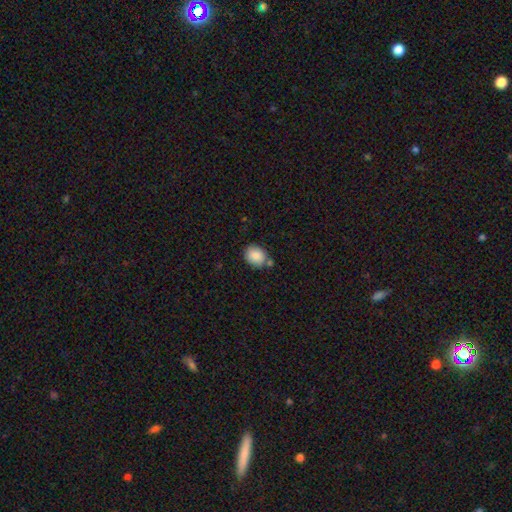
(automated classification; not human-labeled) Smooth or featured?
  - smooth: 87% *
  - star or artifact: 8%
  - featured or disk: 6%
How rounded?
  - round: 61% *
  - in between: 38%
  - cigar-shaped: 1%
Merging?
  - none: 70% *
  - minor disturbance: 15%
  - merger: 12%
  - major disturbance: 3%